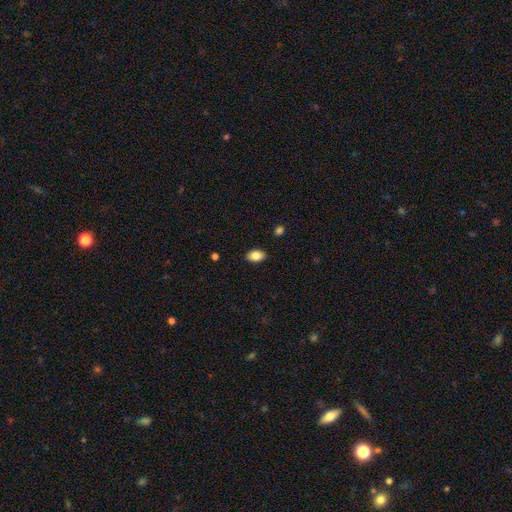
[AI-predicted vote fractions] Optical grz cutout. It shows a smooth galaxy with no disk features (85%) that is in between round and cigar-shaped (89%). Merging: none (88%).